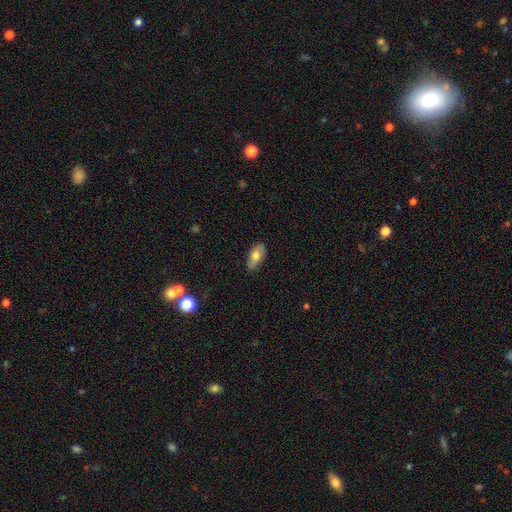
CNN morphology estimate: Smooth or featured? Predicted: smooth (p=0.68). How rounded? Predicted: in between (p=0.90). Merging? Predicted: none (p=0.79).